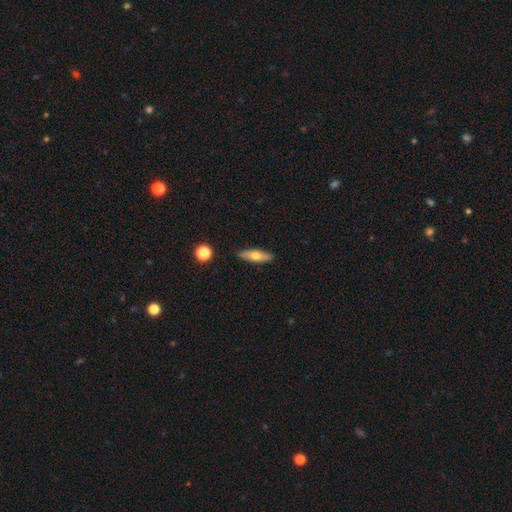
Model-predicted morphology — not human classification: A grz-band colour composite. It shows a smooth galaxy with no disk features (58%) that is cigar-shaped (56%). Merging: none (88%).